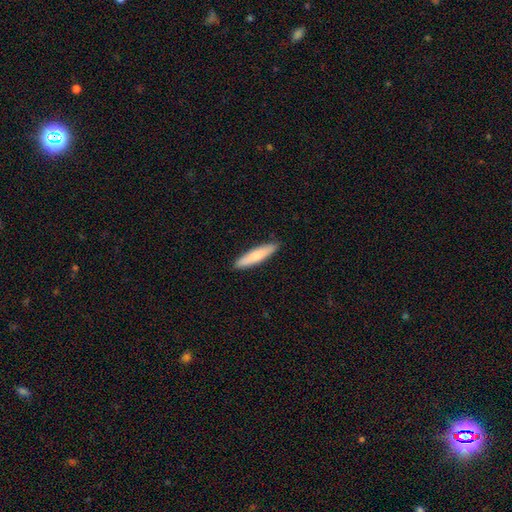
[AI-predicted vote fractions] This appears to be a smooth galaxy with no disk features (74%) that is cigar-shaped (85%). Merging: none (90%).